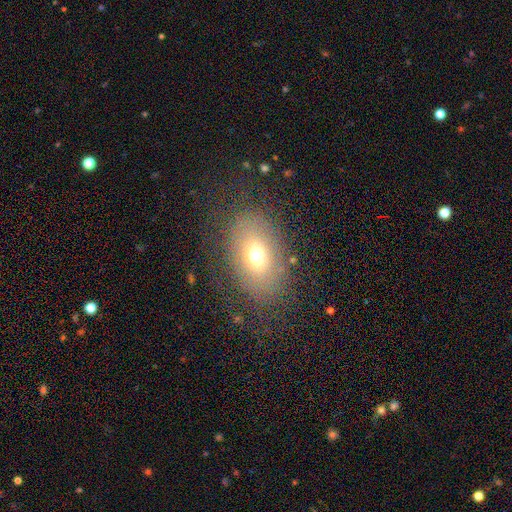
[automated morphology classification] Q: Smooth or featured?
A: smooth (66%); runner-up: featured or disk (20%)
Q: How rounded?
A: in between (78%); runner-up: round (20%)
Q: Merging?
A: none (73%); runner-up: minor disturbance (14%)